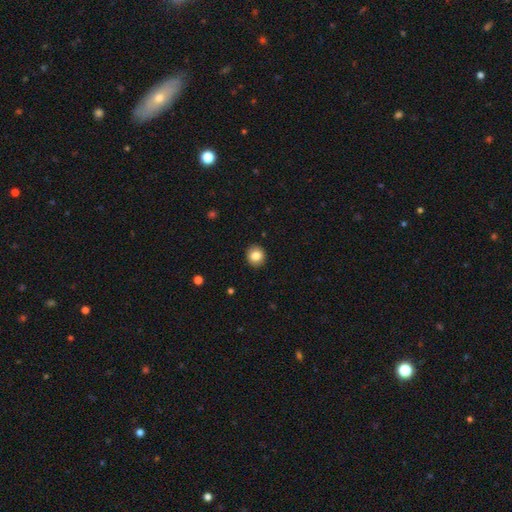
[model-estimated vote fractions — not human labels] Smooth or featured? Predicted: smooth (p=0.84). How rounded? Predicted: round (p=0.84). Merging? Predicted: none (p=0.92).